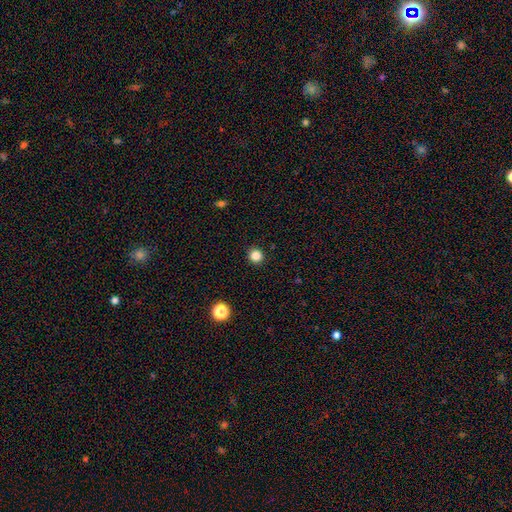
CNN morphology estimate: smooth-or-featured: smooth: 84% | star or artifact: 12% | featured or disk: 4%
  how-rounded: round: 93% | in between: 6% | cigar-shaped: 1%
  merging: none: 92% | minor disturbance: 5% | major disturbance: 2% | merger: 1%